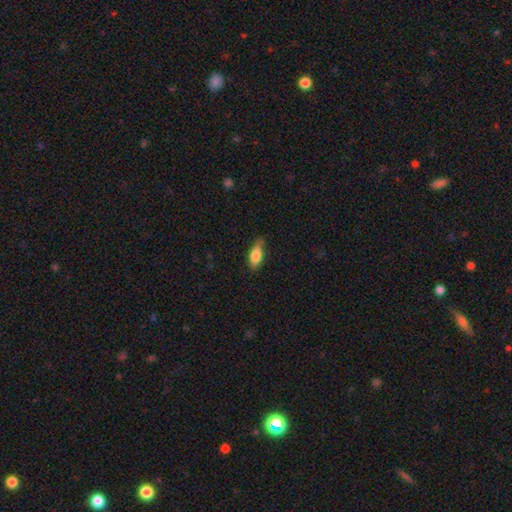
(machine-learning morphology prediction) Smooth or featured? Predicted: smooth (p=0.80). How rounded? Predicted: in between (p=0.73). Merging? Predicted: none (p=0.70).